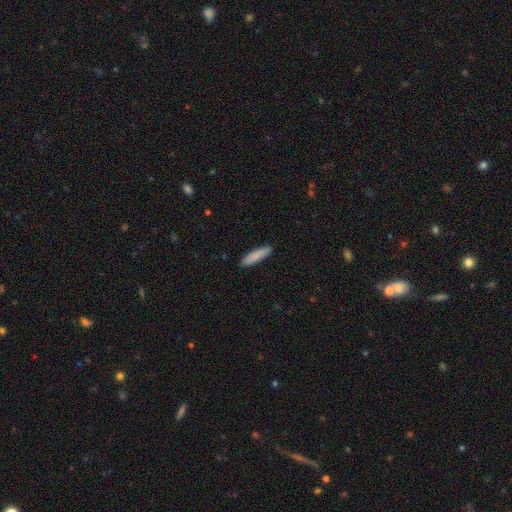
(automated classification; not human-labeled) Q: Smooth or featured?
A: smooth (86%); runner-up: featured or disk (8%)
Q: How rounded?
A: cigar-shaped (80%); runner-up: in between (19%)
Q: Merging?
A: none (90%); runner-up: minor disturbance (8%)